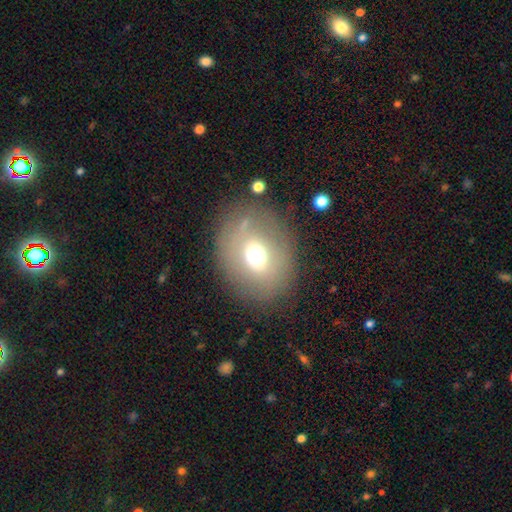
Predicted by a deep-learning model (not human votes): Q: Smooth or featured?
A: smooth (58%); runner-up: featured or disk (27%)
Q: How rounded?
A: round (53%); runner-up: in between (45%)
Q: Merging?
A: none (74%); runner-up: minor disturbance (14%)